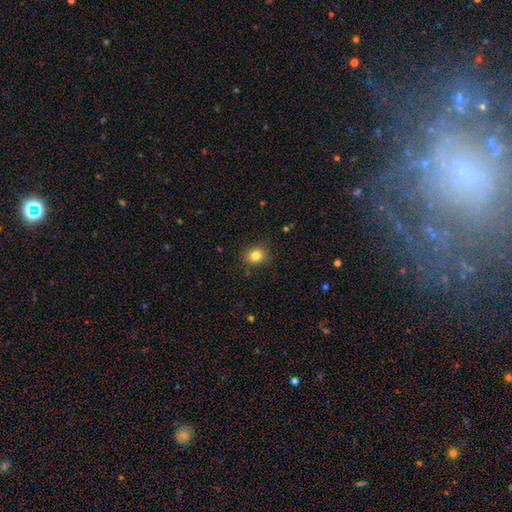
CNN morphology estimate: Overall: smooth (83%). How rounded: round (71%). Merging: none (87%).